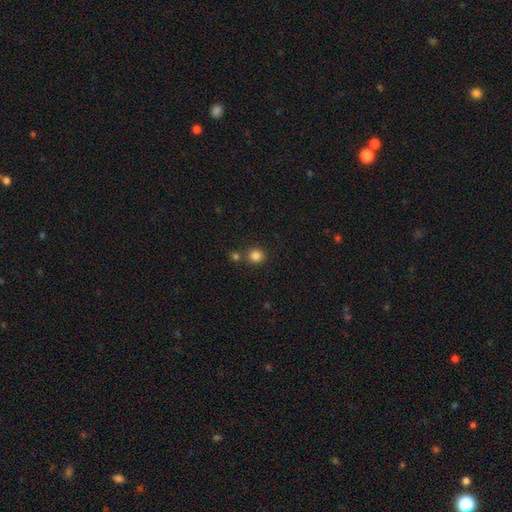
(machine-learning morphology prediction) A smooth galaxy with no disk features (83%) that is round (88%).

Vote fractions:
- Smooth or featured? smooth: 83% / star or artifact: 12% / featured or disk: 5%
- How rounded? round: 88% / in between: 11% / cigar-shaped: 1%
- Merging? none: 76% / merger: 14% / minor disturbance: 8% / major disturbance: 2%